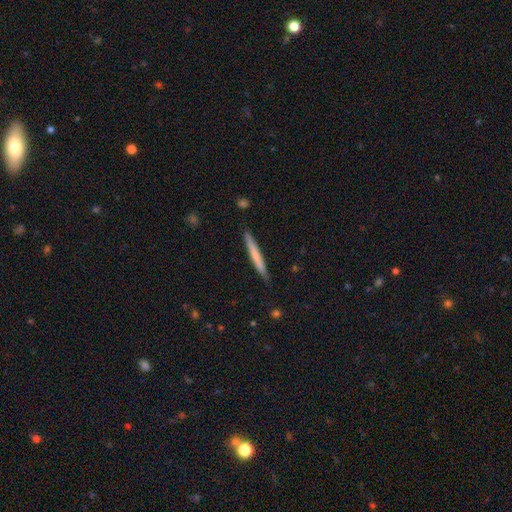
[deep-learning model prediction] This appears to be a smooth galaxy with no disk features (64%) that is cigar-shaped (97%). Merging: none (89%).